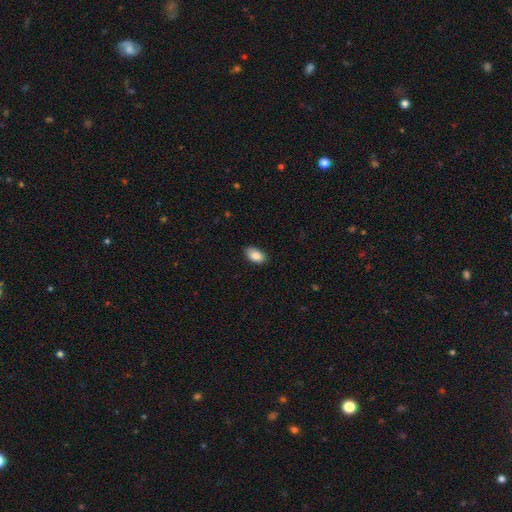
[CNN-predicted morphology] Q: Smooth or featured?
A: smooth (88%); runner-up: star or artifact (7%)
Q: How rounded?
A: in between (93%); runner-up: round (5%)
Q: Merging?
A: none (82%); runner-up: minor disturbance (14%)